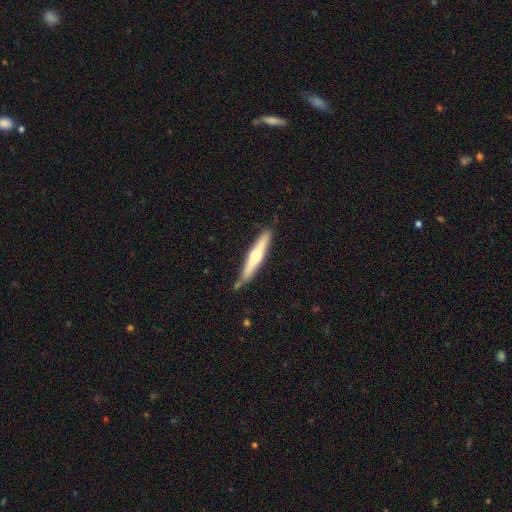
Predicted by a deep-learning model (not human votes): Smooth or featured: featured or disk — 53% (smooth — 42%)
Edge-on disk: yes — 93% (no — 7%)
Merging: none — 78% (minor disturbance — 15%)